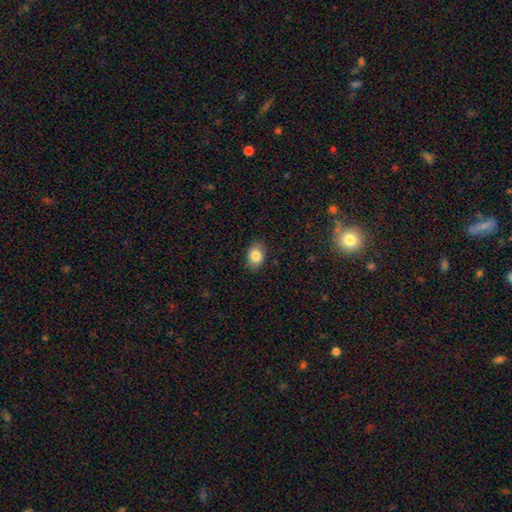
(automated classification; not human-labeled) Smooth or featured? smooth (85%)
How rounded? in between (77%)
Merging? none (86%)